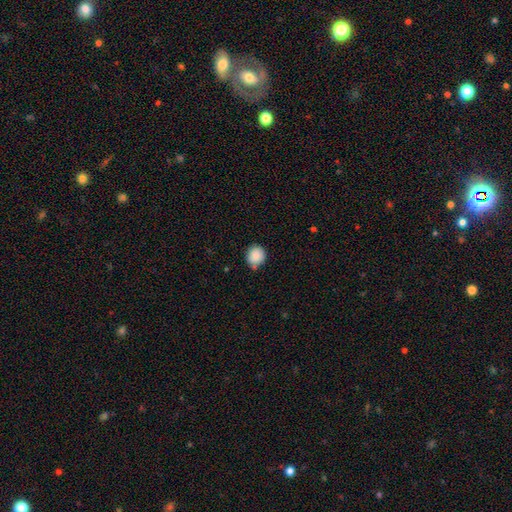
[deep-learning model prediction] The model was most divided on "merging": none: 72%, minor disturbance: 20%, merger: 5%, major disturbance: 3%. More confident: smooth or featured — smooth (88%); how rounded — round (84%).